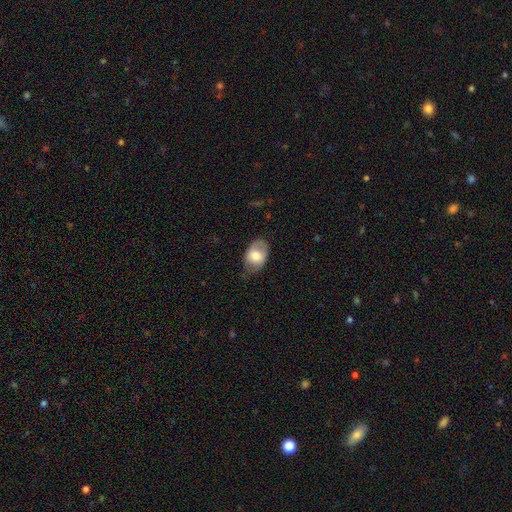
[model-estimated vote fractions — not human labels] smooth_or_featured: smooth (p=0.69) [alt: featured or disk p=0.24]
how_rounded: in between (p=0.84) [alt: round p=0.15]
merging: none (p=0.56) [alt: minor disturbance p=0.33]